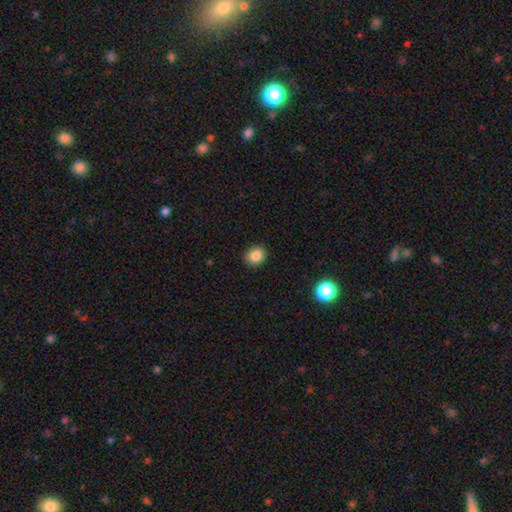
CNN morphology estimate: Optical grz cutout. It shows a smooth galaxy with no disk features (85%) that is round (70%). Merging: none (89%).